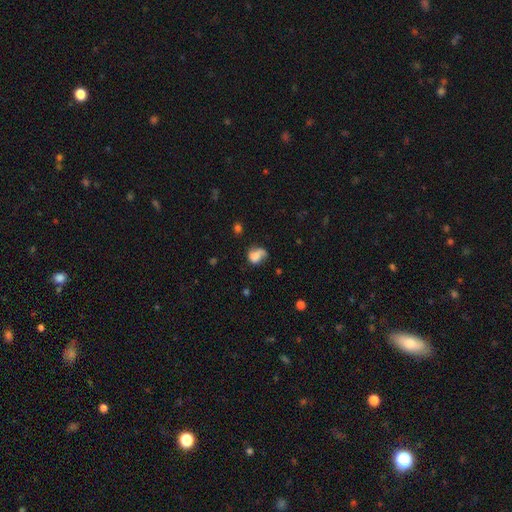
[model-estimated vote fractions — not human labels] smooth_or_featured: smooth (p=0.60) [alt: featured or disk p=0.29]
how_rounded: in between (p=0.59) [alt: round p=0.39]
merging: none (p=0.36) [alt: major disturbance p=0.29]